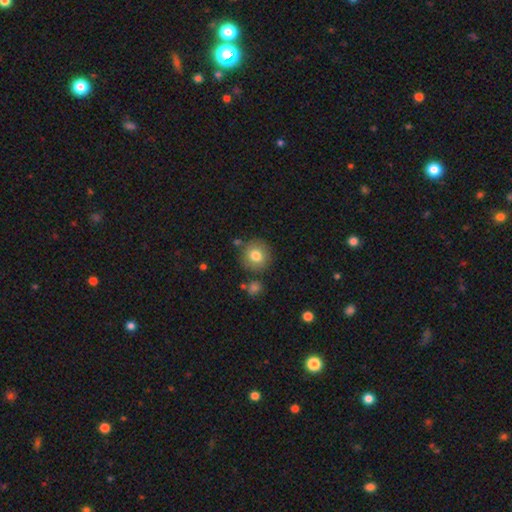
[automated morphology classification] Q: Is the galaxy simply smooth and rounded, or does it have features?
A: smooth — 78%.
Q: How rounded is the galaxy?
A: round — 91%.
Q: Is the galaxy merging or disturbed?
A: none — 81%.